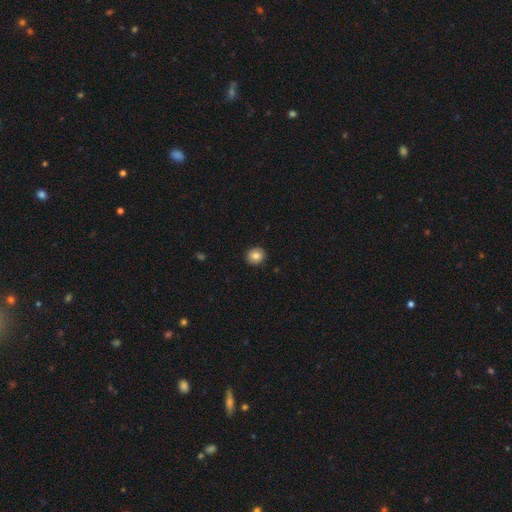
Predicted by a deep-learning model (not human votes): The model was most divided on "smooth or featured": smooth: 82%, star or artifact: 9%, featured or disk: 9%. More confident: merging — none (91%); how rounded — round (87%).